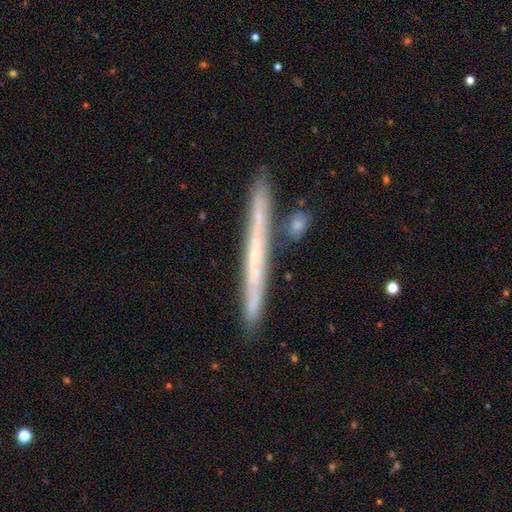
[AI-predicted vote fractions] Smooth or featured: featured or disk — 58% (smooth — 35%)
Edge-on disk: yes — 95% (no — 5%)
Edge-on bulge: none — 84% (rounded — 13%)
Merging: none — 85% (minor disturbance — 9%)